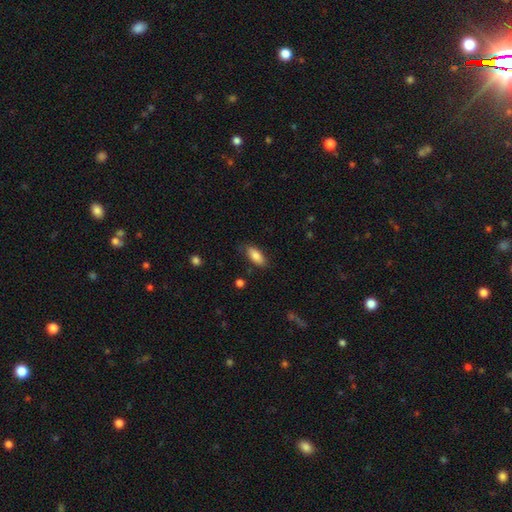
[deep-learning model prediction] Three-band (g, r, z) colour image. It shows a smooth galaxy with no disk features (83%) that is in between round and cigar-shaped (85%). Merging: none (80%).